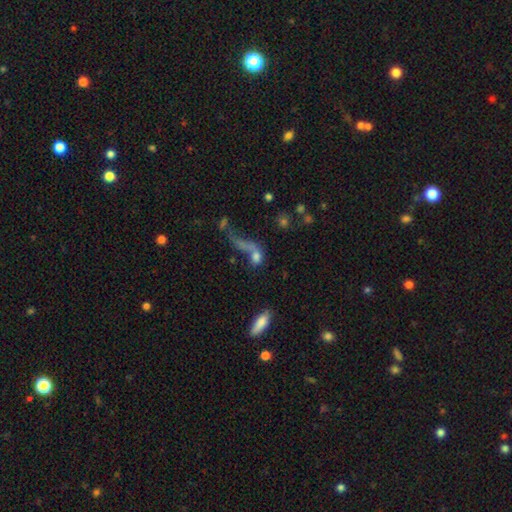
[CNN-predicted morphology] type=star or artifact (37%).